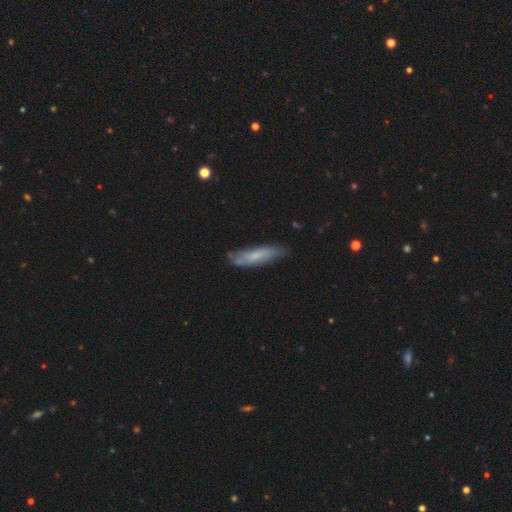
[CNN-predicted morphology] smooth-or-featured: smooth: 61% | featured or disk: 32% | star or artifact: 7%
  how-rounded: cigar-shaped: 68% | in between: 30% | round: 2%
  merging: none: 68% | minor disturbance: 24% | major disturbance: 6% | merger: 2%